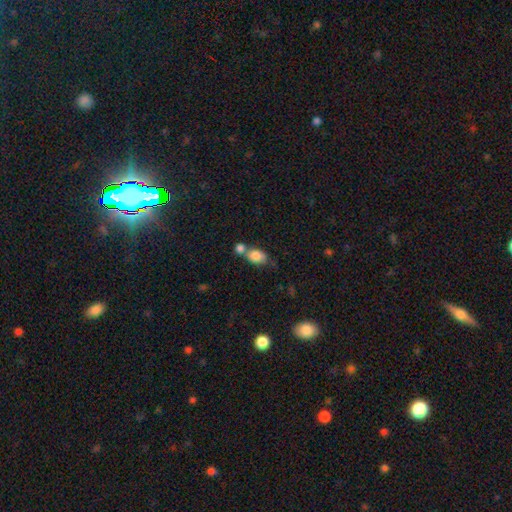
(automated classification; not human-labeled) Smooth or featured? Predicted: smooth (p=0.82). How rounded? Predicted: in between (p=0.72). Merging? Predicted: merger (p=0.48).